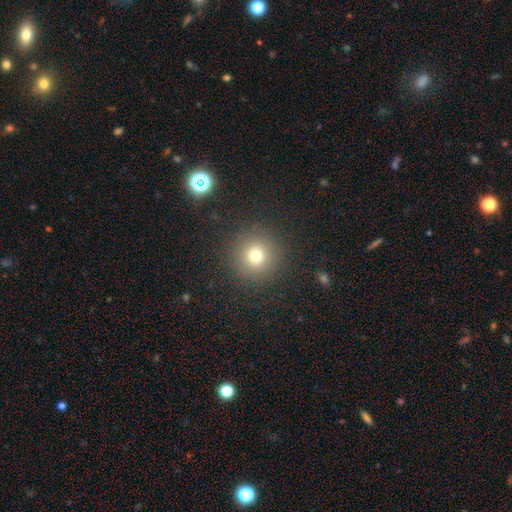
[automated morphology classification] A smooth galaxy with no disk features (73%) that is round (95%). Merging: none (90%).